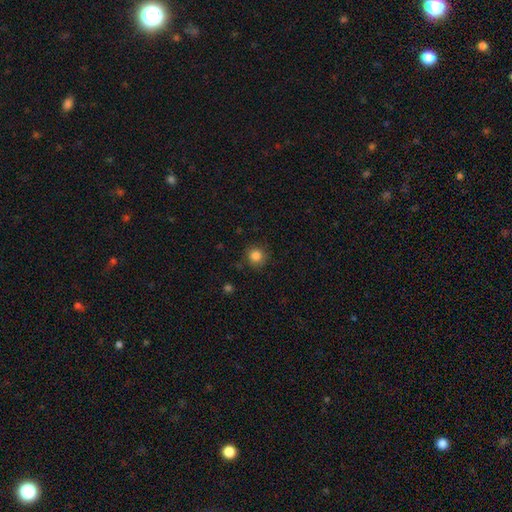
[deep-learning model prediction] Overall: smooth (85%). How rounded: round (93%). Merging: none (86%).